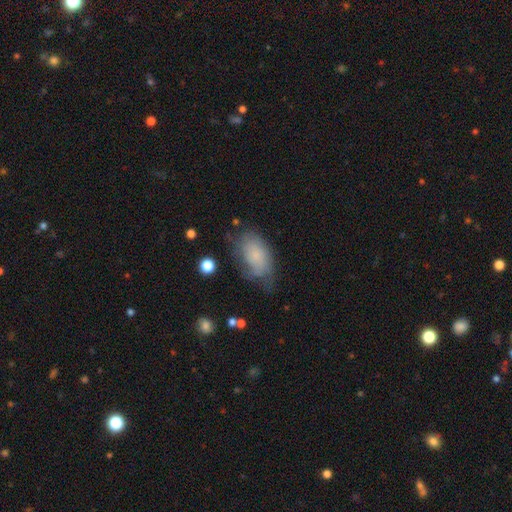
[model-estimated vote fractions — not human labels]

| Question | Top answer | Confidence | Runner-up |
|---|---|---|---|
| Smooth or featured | smooth | 60% | featured or disk (31%) |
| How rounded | in between | 92% | round (5%) |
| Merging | none | 48% | minor disturbance (32%) |